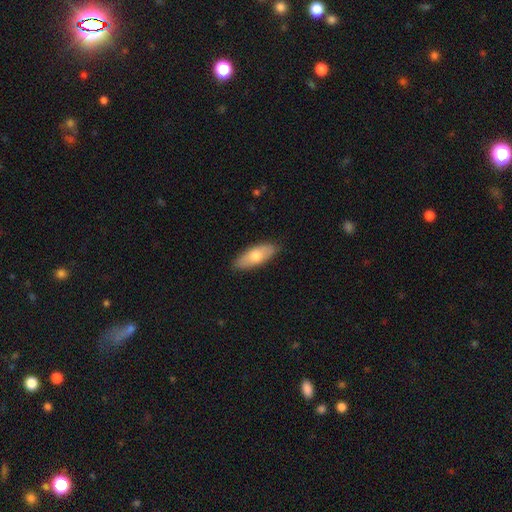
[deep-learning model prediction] smooth-or-featured: smooth: 71% | featured or disk: 23% | star or artifact: 6%
  how-rounded: in between: 78% | cigar-shaped: 20% | round: 3%
  merging: none: 87% | minor disturbance: 10% | major disturbance: 2% | merger: 1%